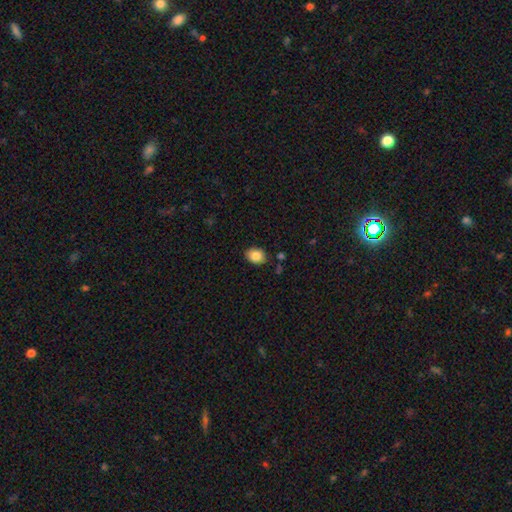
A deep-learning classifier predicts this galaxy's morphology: A smooth galaxy with no disk features (84%) that is in between round and cigar-shaped (55%). Merging: none (84%).